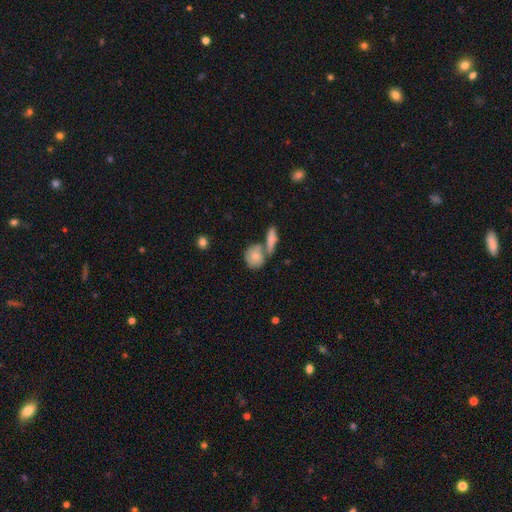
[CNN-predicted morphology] This is likely a smooth galaxy (76%). How rounded: possibly round (60%). Merging: marginally none (43%).